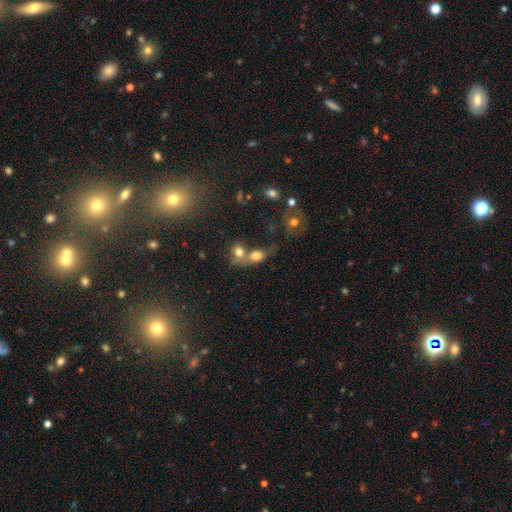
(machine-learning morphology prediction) Q: Smooth or featured?
A: smooth (76%); runner-up: featured or disk (12%)
Q: How rounded?
A: in between (58%); runner-up: round (38%)
Q: Merging?
A: merger (57%); runner-up: none (28%)